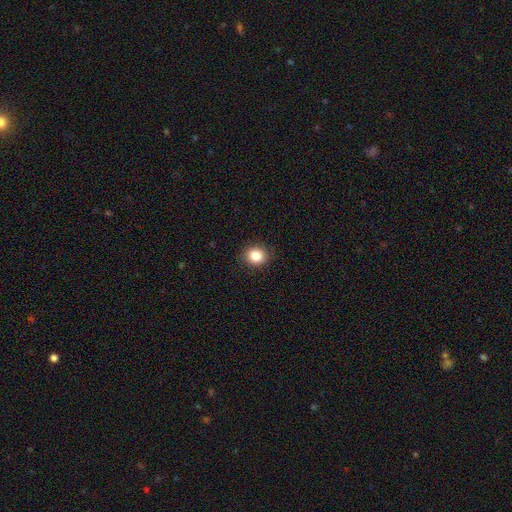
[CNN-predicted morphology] Smooth or featured? Predicted: smooth (p=0.84). How rounded? Predicted: round (p=0.81). Merging? Predicted: none (p=0.90).